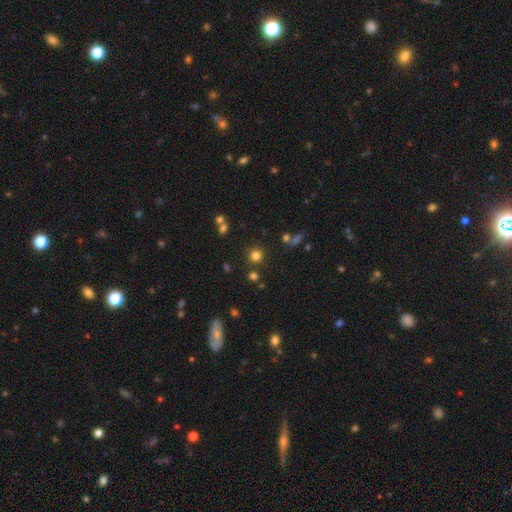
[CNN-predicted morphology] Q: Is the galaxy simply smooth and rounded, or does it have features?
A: smooth — 75%.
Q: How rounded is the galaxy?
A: round — 92%.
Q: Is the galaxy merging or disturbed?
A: none — 83%.